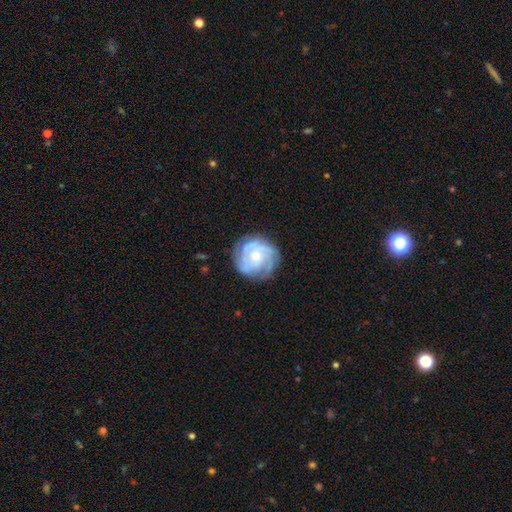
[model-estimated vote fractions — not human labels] smooth_or_featured: featured or disk (p=0.76) [alt: smooth p=0.18]
disk_edge_on: no (p=0.98) [alt: yes p=0.02]
bar: no (p=0.79) [alt: weak p=0.18]
has_spiral_arms: yes (p=0.90) [alt: no p=0.10]
spiral_winding: tight (p=0.63) [alt: medium p=0.28]
spiral_arm_count: can't tell (p=0.34) [alt: 3 p=0.27]
bulge_size: small (p=0.52) [alt: moderate p=0.44]
merging: none (p=0.74) [alt: minor disturbance p=0.18]